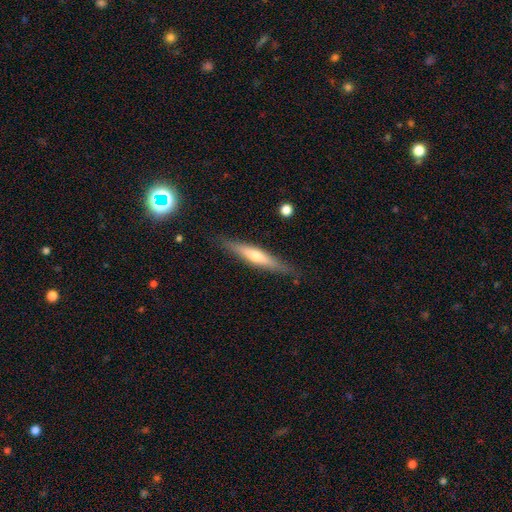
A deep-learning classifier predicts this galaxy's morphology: featured or disk 56%, smooth 38%, star or artifact 6%. Down the decision tree: edge-on disk — yes (94%); edge-on bulge — rounded (77%); merging — none (86%).